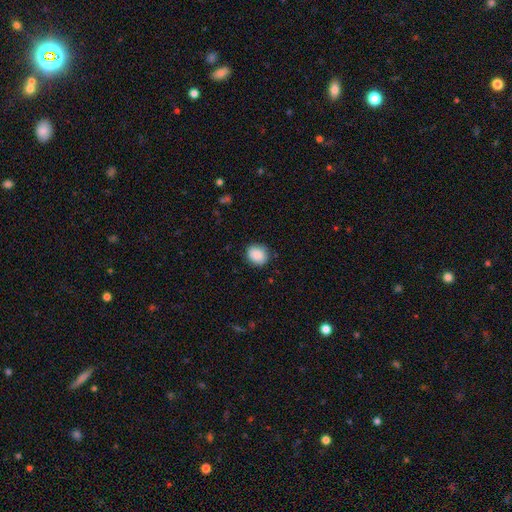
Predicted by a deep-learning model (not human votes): Q: Smooth or featured?
A: smooth (88%); runner-up: star or artifact (7%)
Q: How rounded?
A: round (65%); runner-up: in between (34%)
Q: Merging?
A: none (83%); runner-up: minor disturbance (13%)